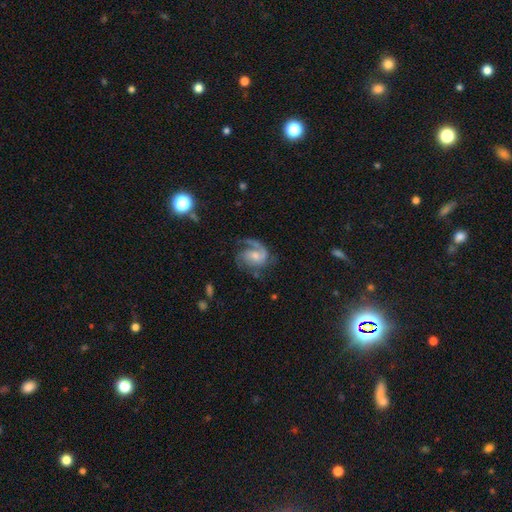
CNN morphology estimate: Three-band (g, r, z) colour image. It shows a featured or disk galaxy (83%) with no bar (58%), 2 (41%) medium (48%) spiral arms (96%) and a moderate central bulge (42%). Merging: none (58%).